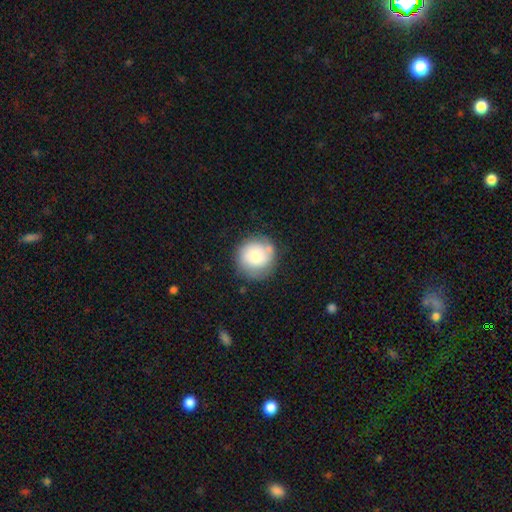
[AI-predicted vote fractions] Smooth or featured?
  - smooth: 73% *
  - featured or disk: 20%
  - star or artifact: 8%
How rounded?
  - round: 91% *
  - in between: 8%
  - cigar-shaped: 1%
Merging?
  - none: 70% *
  - minor disturbance: 19%
  - major disturbance: 6%
  - merger: 5%